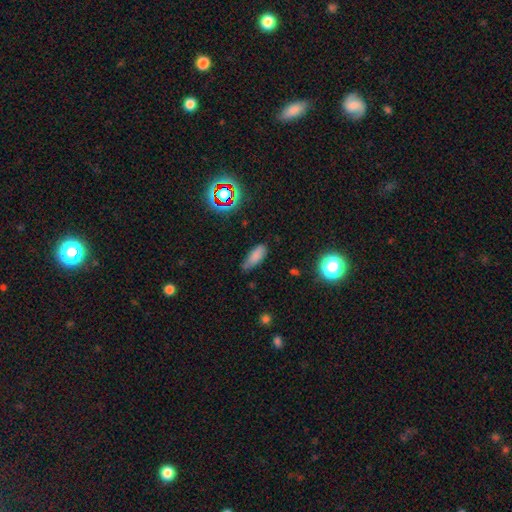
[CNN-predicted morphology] Q: Smooth or featured?
A: smooth (77%); runner-up: star or artifact (14%)
Q: How rounded?
A: in between (70%); runner-up: cigar-shaped (27%)
Q: Merging?
A: none (62%); runner-up: minor disturbance (30%)